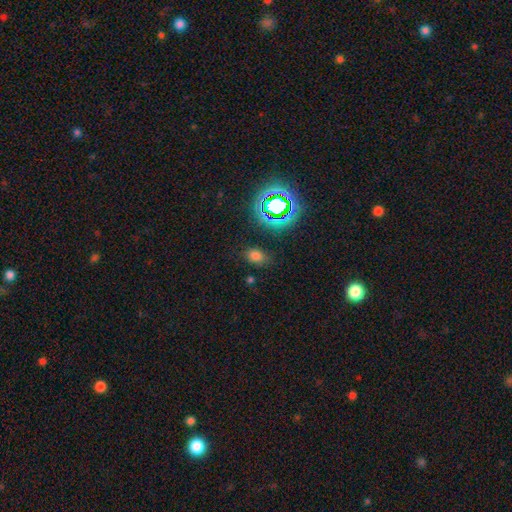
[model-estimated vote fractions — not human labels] Smooth or featured: smooth — 67% (star or artifact — 26%)
How rounded: in between — 78% (round — 21%)
Merging: none — 81% (minor disturbance — 13%)